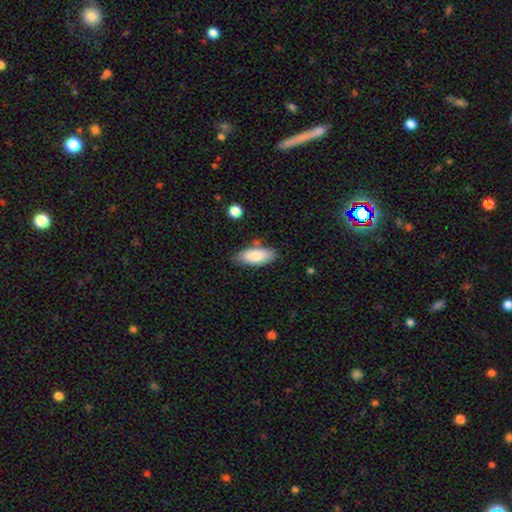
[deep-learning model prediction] Smooth or featured: smooth — 85% (featured or disk — 9%)
How rounded: in between — 84% (cigar-shaped — 15%)
Merging: none — 75% (minor disturbance — 17%)